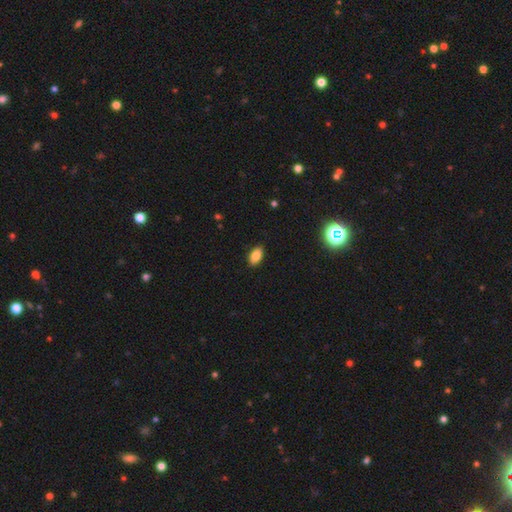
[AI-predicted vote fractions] Smooth or featured?
  - smooth: 85% *
  - star or artifact: 9%
  - featured or disk: 6%
How rounded?
  - in between: 92% *
  - round: 5%
  - cigar-shaped: 3%
Merging?
  - none: 89% *
  - minor disturbance: 8%
  - major disturbance: 2%
  - merger: 1%